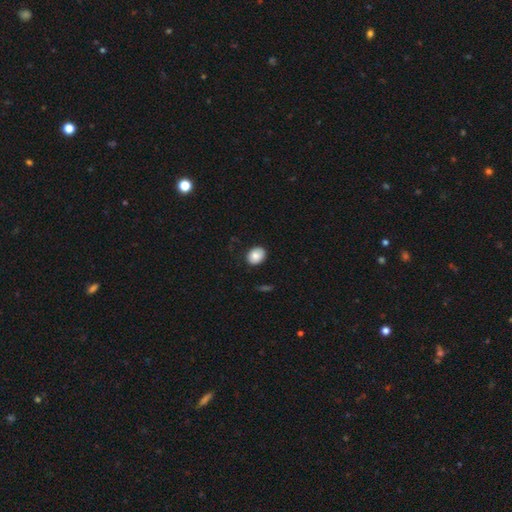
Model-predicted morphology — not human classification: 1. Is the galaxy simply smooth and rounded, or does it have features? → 83% smooth, 9% featured or disk, 8% star or artifact.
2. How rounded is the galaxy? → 58% in between, 41% round, 1% cigar-shaped.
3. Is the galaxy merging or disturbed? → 85% none, 11% minor disturbance, 2% major disturbance, 1% merger.